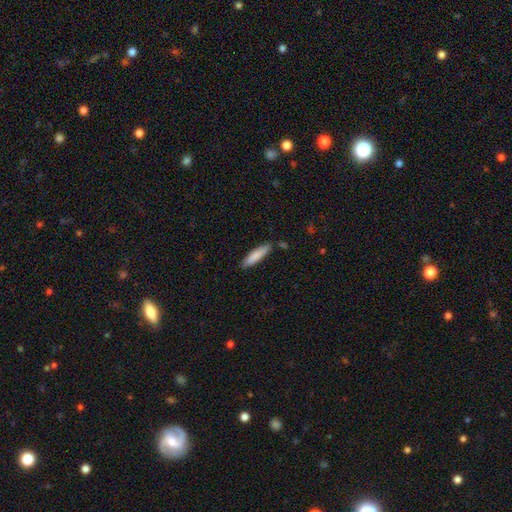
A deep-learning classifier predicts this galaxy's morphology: smooth-or-featured: smooth: 83% | featured or disk: 12% | star or artifact: 5%
  how-rounded: cigar-shaped: 77% | in between: 21% | round: 1%
  merging: none: 83% | minor disturbance: 12% | merger: 3% | major disturbance: 2%